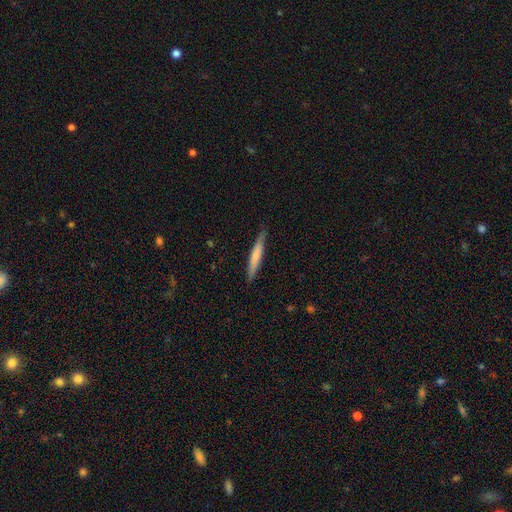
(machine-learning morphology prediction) A smooth galaxy with no disk features (63%) that is cigar-shaped (93%).

Vote fractions:
- Smooth or featured? smooth: 63% / featured or disk: 32% / star or artifact: 5%
- How rounded? cigar-shaped: 93% / in between: 6% / round: 1%
- Merging? none: 81% / minor disturbance: 15% / major disturbance: 2% / merger: 1%